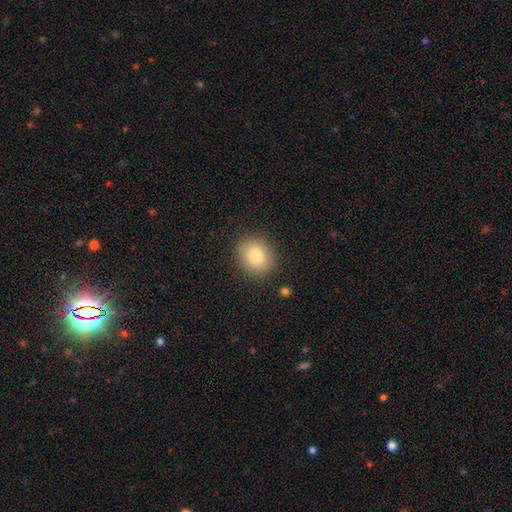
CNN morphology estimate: Q: Smooth or featured?
A: smooth (80%); runner-up: star or artifact (10%)
Q: How rounded?
A: round (70%); runner-up: in between (29%)
Q: Merging?
A: none (88%); runner-up: minor disturbance (8%)